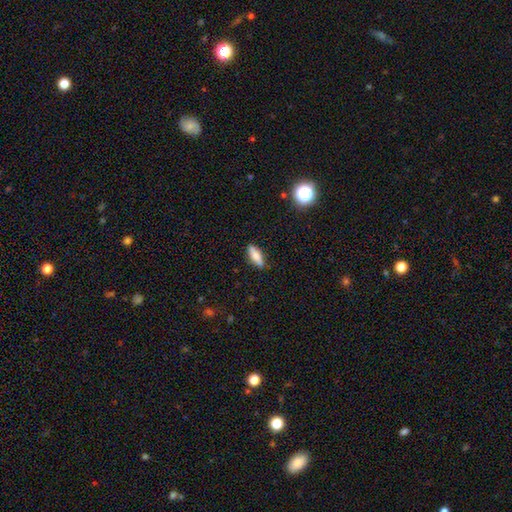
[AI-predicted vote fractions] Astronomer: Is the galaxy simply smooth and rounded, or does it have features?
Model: smooth — 73%.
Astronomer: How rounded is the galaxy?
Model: in between — 53% (runner-up: cigar-shaped, 44%).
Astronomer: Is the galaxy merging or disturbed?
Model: none — 86%.